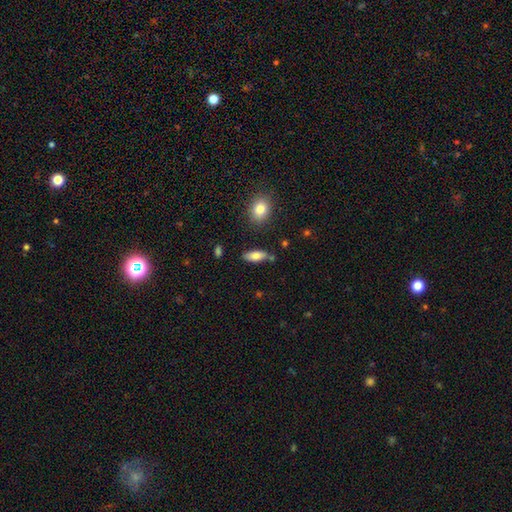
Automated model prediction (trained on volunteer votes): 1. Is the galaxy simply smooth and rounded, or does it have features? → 78% smooth, 15% featured or disk, 7% star or artifact.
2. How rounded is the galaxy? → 76% in between, 21% cigar-shaped, 3% round.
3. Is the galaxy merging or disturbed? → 77% none, 14% minor disturbance, 6% merger, 3% major disturbance.